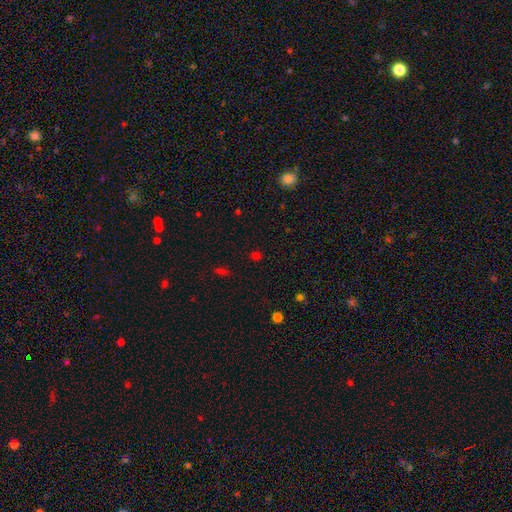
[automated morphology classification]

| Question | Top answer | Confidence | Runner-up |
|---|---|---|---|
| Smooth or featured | smooth | 55% | star or artifact (40%) |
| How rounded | round | 76% | in between (22%) |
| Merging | none | 84% | minor disturbance (9%) |